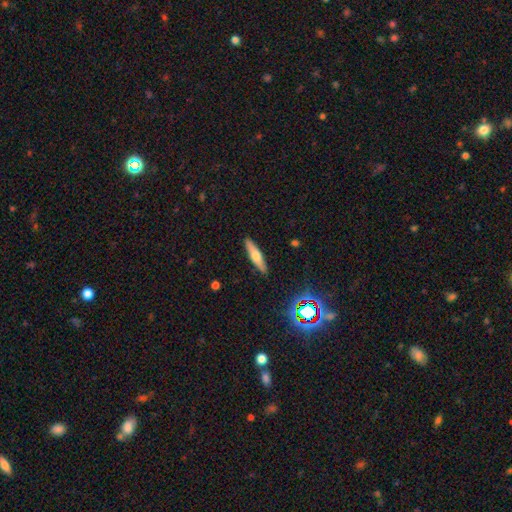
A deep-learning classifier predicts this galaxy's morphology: smooth-or-featured: smooth: 54% | featured or disk: 38% | star or artifact: 8%
  how-rounded: cigar-shaped: 79% | in between: 19% | round: 2%
  merging: none: 90% | minor disturbance: 8% | major disturbance: 2% | merger: 1%